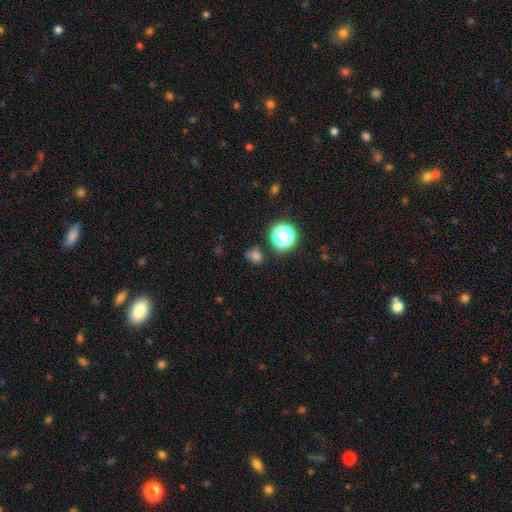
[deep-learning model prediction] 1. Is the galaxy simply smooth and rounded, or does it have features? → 69% smooth, 23% star or artifact, 8% featured or disk.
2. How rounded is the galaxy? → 66% round, 32% in between, 1% cigar-shaped.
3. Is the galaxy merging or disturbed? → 64% none, 20% minor disturbance, 8% major disturbance, 8% merger.